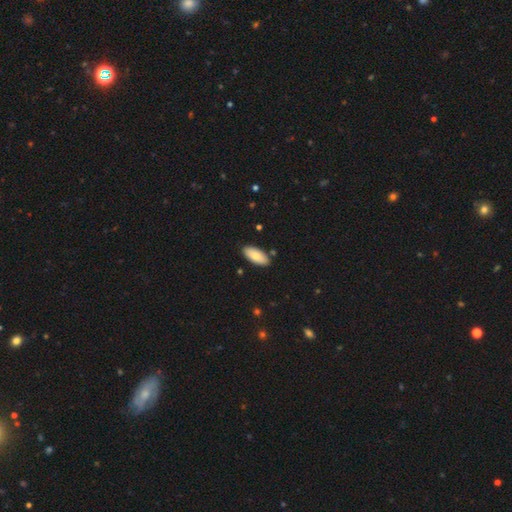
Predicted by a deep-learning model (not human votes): Smooth or featured?
  - smooth: 78% *
  - featured or disk: 16%
  - star or artifact: 6%
How rounded?
  - in between: 89% *
  - cigar-shaped: 9%
  - round: 2%
Merging?
  - none: 87% *
  - minor disturbance: 9%
  - merger: 2%
  - major disturbance: 2%